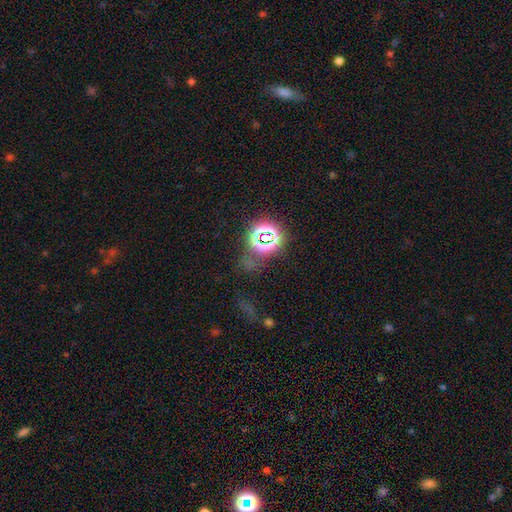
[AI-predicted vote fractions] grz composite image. It shows a star or artifact, not a galaxy (76%).